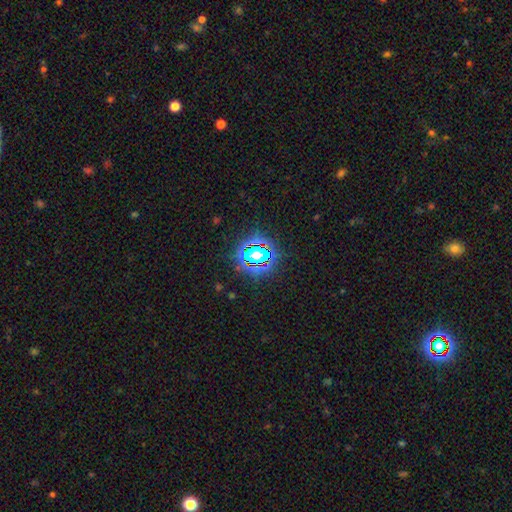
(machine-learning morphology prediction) smooth-or-featured: star or artifact: 67% | smooth: 20% | featured or disk: 13%